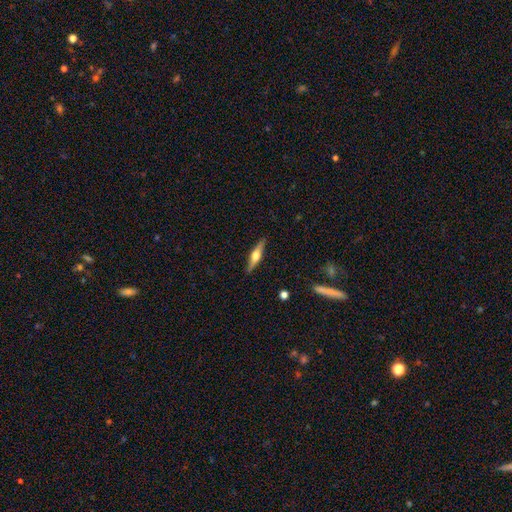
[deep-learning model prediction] A featured or disk galaxy (63%) viewed edge-on (96%) with a rounded central bulge (93%). Merging: none (89%).